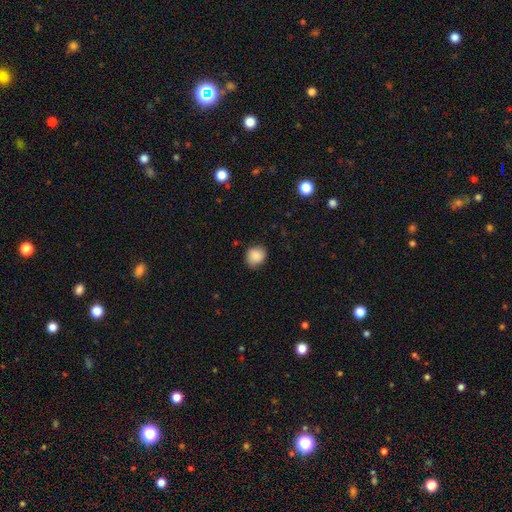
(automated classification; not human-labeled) This is clearly a smooth galaxy (86%). How rounded: likely round (72%). Merging: likely none (80%).